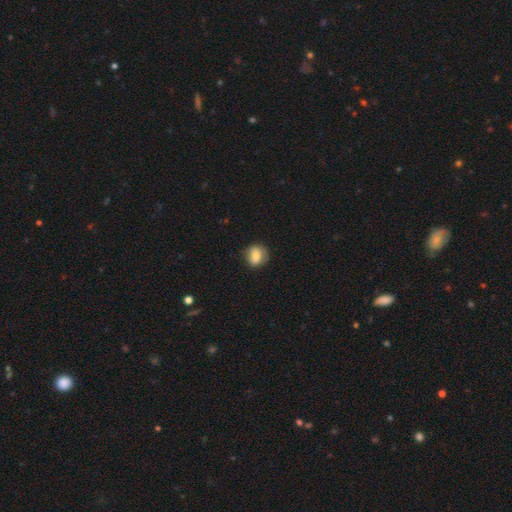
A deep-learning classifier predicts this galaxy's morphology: Smooth or featured? smooth (79%)
How rounded? round (64%)
Merging? none (76%)